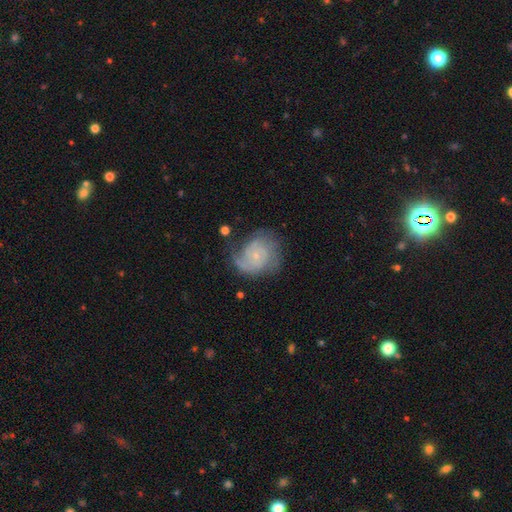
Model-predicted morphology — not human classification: This is likely a featured or disk galaxy (71%). It is clearly not viewed edge-on (98%). Bar: likely no (74%). Spiral arm pattern: clearly yes (89%). Spiral arm count: marginally 2 (33%). Spiral winding: marginally tight (44%). Central bulge: likely small (80%). Merging: possibly none (52%).